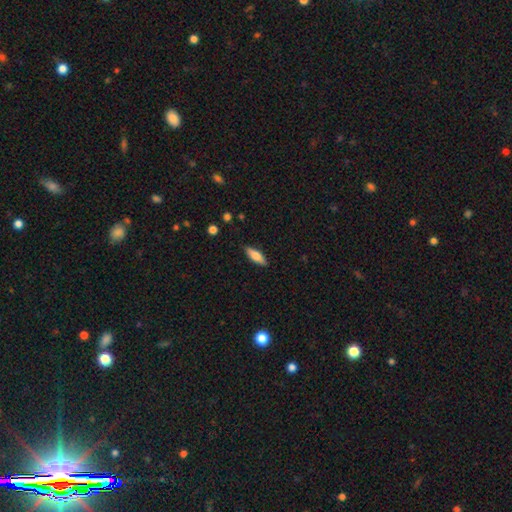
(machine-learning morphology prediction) This is likely a smooth galaxy (70%). How rounded: possibly in between (55%). Merging: clearly none (88%).